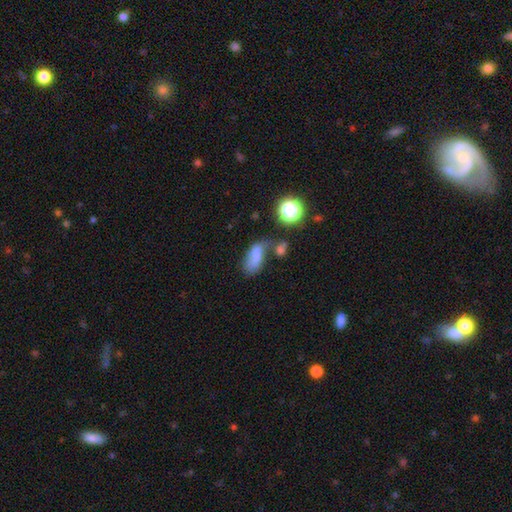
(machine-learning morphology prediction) type=smooth (68%); roundness=in between (82%); merging=none (31%).